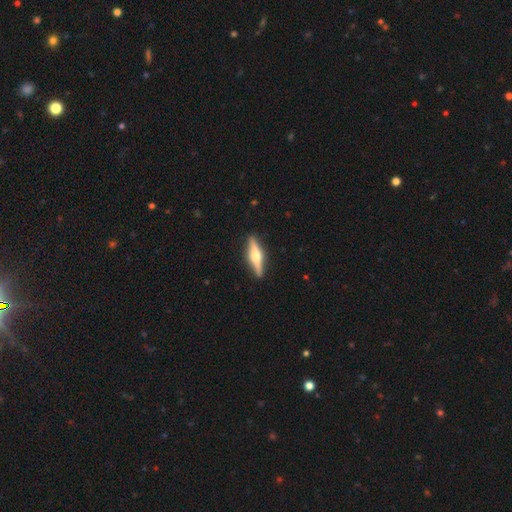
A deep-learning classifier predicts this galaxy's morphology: Q: Smooth or featured?
A: featured or disk (70%); runner-up: smooth (25%)
Q: Edge-on disk?
A: yes (97%); runner-up: no (3%)
Q: Edge-on bulge?
A: rounded (93%); runner-up: boxy (5%)
Q: Merging?
A: none (91%); runner-up: minor disturbance (7%)